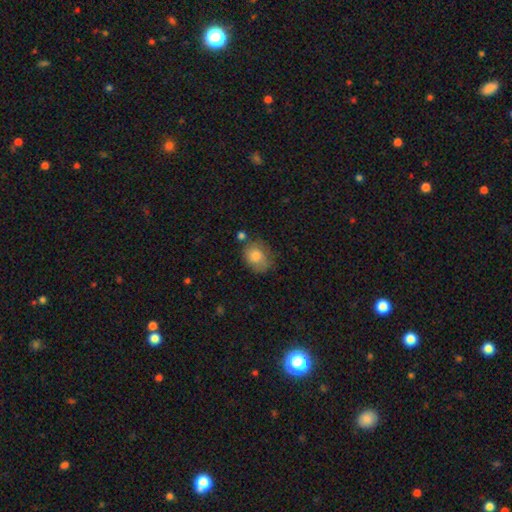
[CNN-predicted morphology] A smooth galaxy with no disk features (78%) that is round (53%). Merging: none (58%).